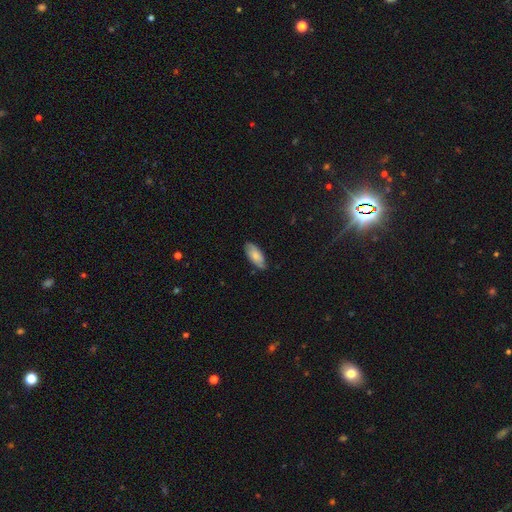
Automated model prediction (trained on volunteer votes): Smooth or featured? Predicted: smooth (p=0.69). How rounded? Predicted: in between (p=0.85). Merging? Predicted: none (p=0.78).